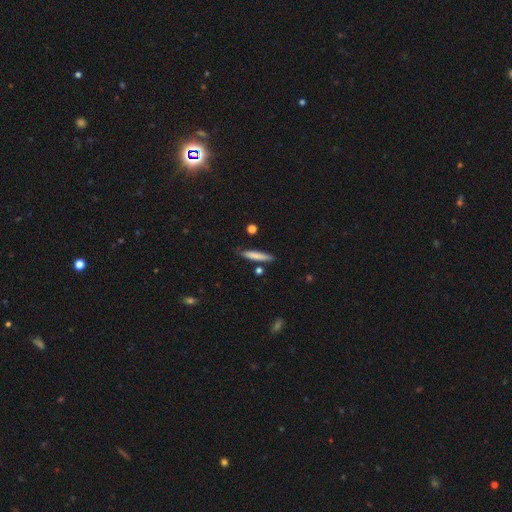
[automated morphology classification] Smooth or featured: smooth — 76% (featured or disk — 18%)
How rounded: cigar-shaped — 92% (in between — 6%)
Merging: none — 83% (minor disturbance — 11%)